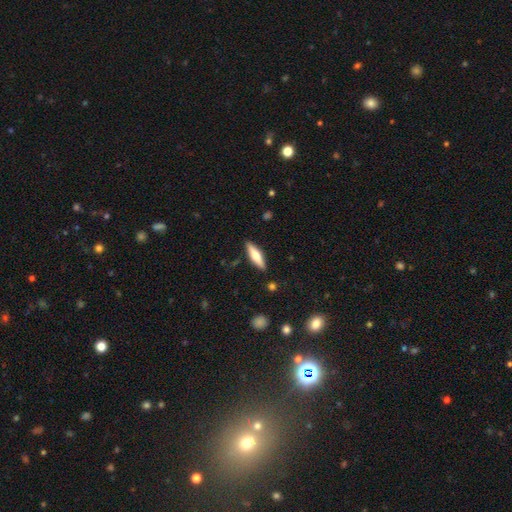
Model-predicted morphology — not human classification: type=smooth (56%); roundness=cigar-shaped (64%); merging=none (88%).